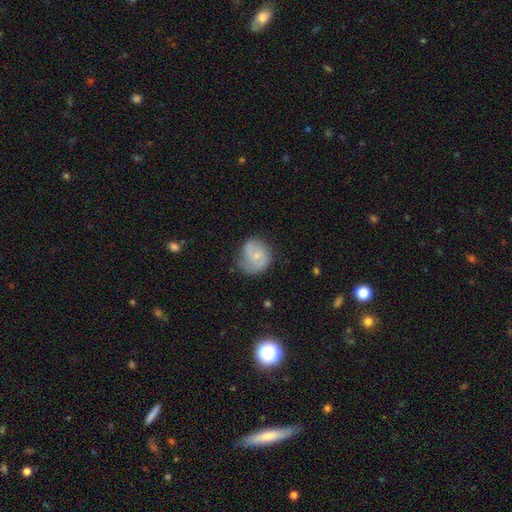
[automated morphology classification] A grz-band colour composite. It shows a smooth galaxy with no disk features (53%) that is round (78%). Merging: none (57%).